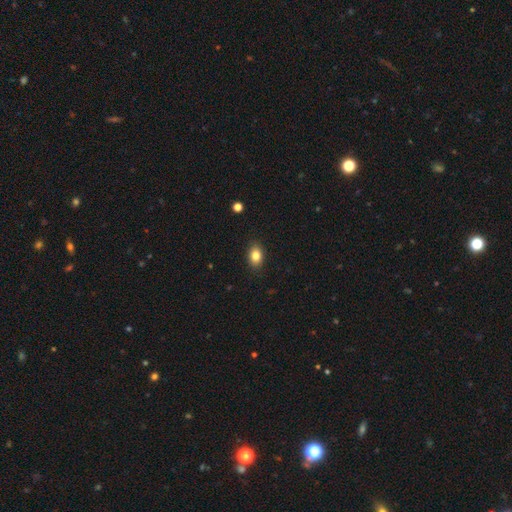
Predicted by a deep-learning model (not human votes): Smooth or featured? Predicted: smooth (p=0.83). How rounded? Predicted: in between (p=0.80). Merging? Predicted: none (p=0.87).